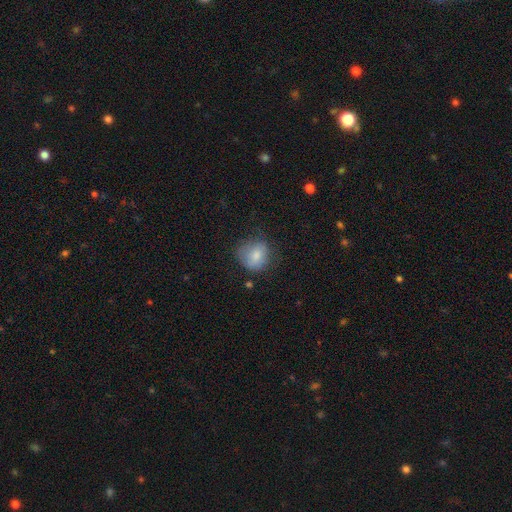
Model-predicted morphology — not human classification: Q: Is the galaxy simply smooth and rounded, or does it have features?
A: smooth — 80%.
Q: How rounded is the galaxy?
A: round — 71%.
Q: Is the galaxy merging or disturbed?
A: none — 56%.